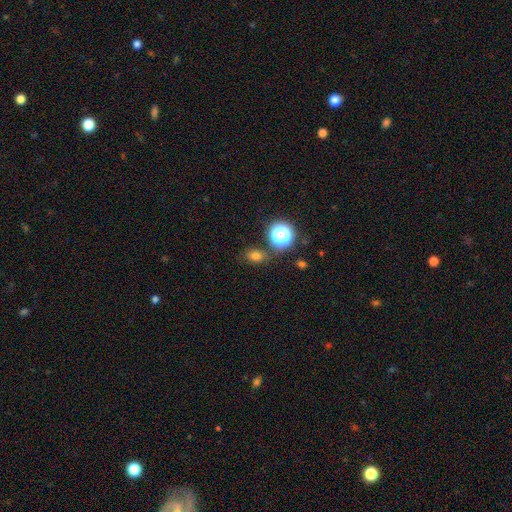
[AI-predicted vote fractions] Morphology: type=smooth (71%); roundness=in between (64%); merging=none (76%).